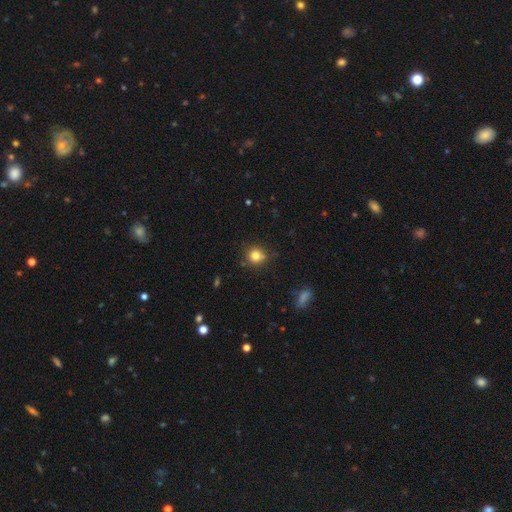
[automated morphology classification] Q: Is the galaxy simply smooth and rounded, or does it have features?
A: smooth — 81%.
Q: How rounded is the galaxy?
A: round — 88%.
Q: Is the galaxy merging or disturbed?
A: none — 80%.